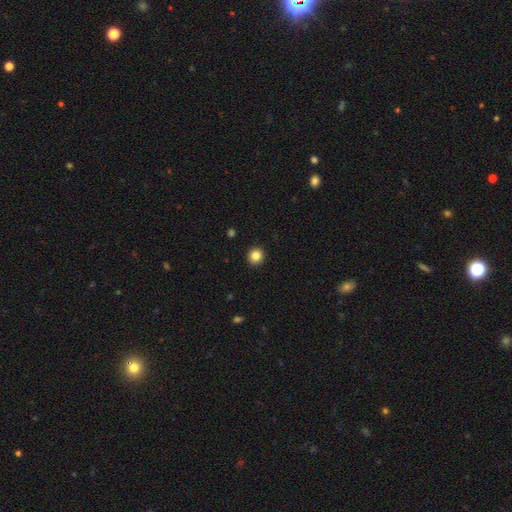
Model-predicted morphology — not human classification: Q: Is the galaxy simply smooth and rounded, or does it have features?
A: smooth — 84%.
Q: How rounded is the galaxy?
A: round — 93%.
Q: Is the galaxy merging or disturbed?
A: none — 93%.